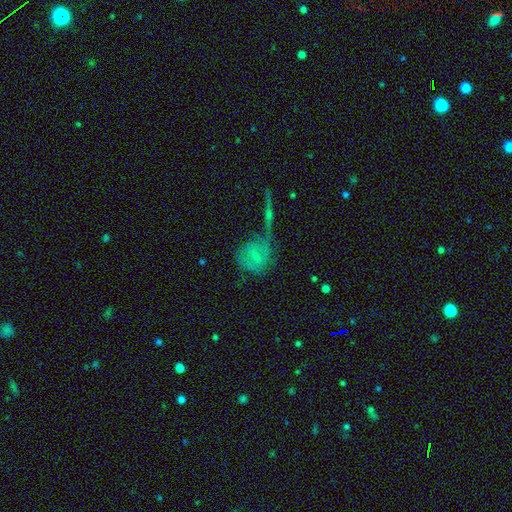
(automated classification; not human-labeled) Smooth or featured? Predicted: featured or disk (p=0.48). Merging? Predicted: none (p=0.46).